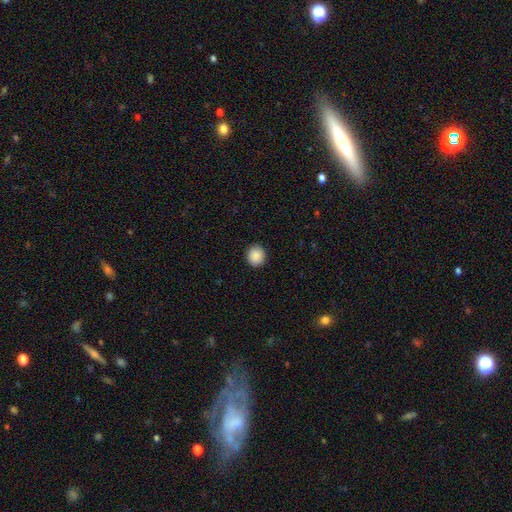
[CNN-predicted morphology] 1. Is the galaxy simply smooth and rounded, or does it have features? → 88% smooth, 8% star or artifact, 3% featured or disk.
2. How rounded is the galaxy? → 88% round, 11% in between, 1% cigar-shaped.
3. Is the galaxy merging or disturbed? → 90% none, 8% minor disturbance, 2% major disturbance, 1% merger.